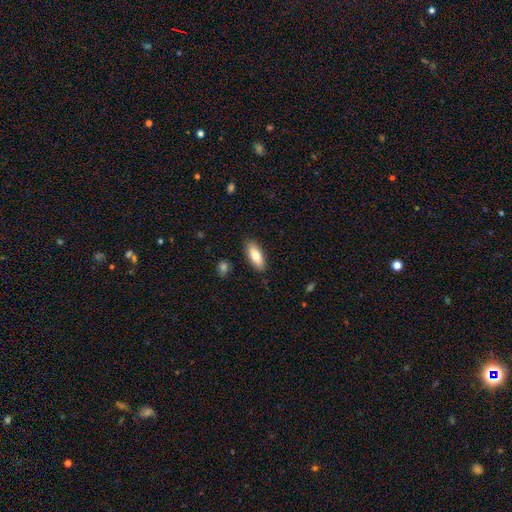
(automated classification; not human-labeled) smooth 77%, featured or disk 16%, star or artifact 6%. Down the decision tree: how rounded — in between (76%); merging — none (87%).